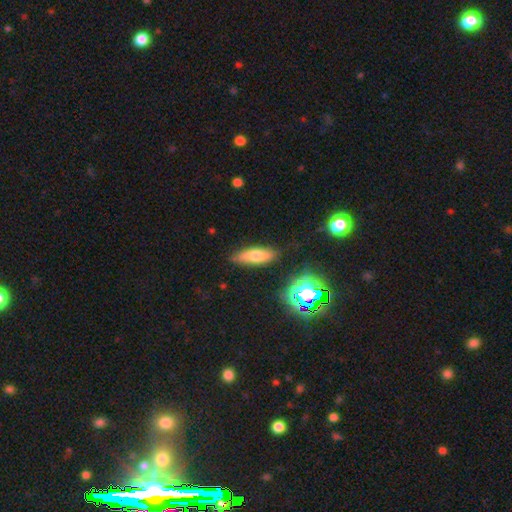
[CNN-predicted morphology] Smooth or featured? Predicted: smooth (p=0.64). How rounded? Predicted: in between (p=0.55). Merging? Predicted: none (p=0.82).